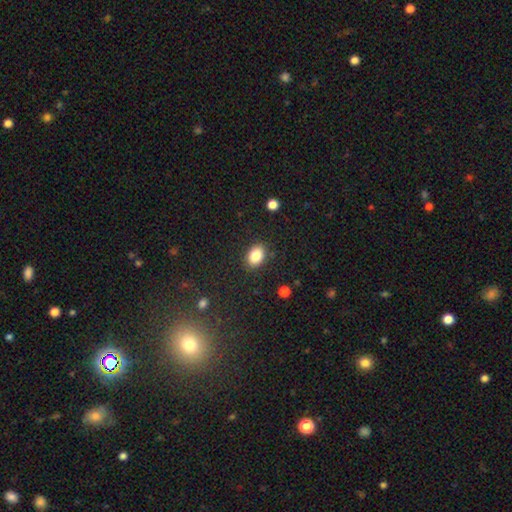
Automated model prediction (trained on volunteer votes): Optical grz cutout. It shows a smooth galaxy with no disk features (85%) that is in between round and cigar-shaped (78%). Merging: none (87%).